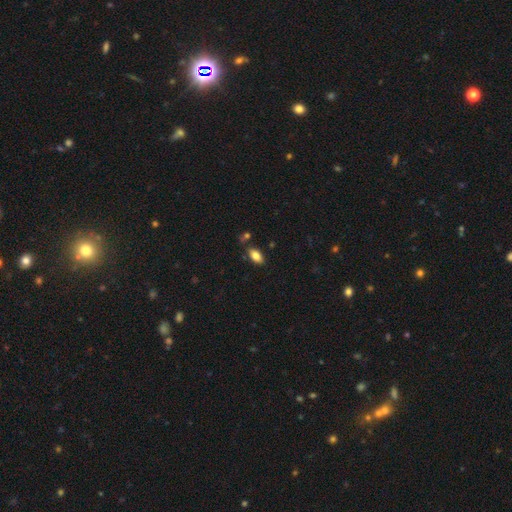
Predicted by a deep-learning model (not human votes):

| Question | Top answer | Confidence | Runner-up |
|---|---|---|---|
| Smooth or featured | smooth | 84% | featured or disk (8%) |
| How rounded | in between | 93% | cigar-shaped (4%) |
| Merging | none | 79% | minor disturbance (12%) |